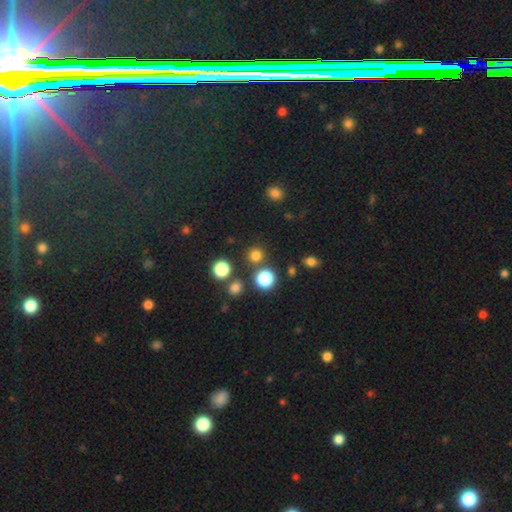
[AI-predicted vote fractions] A smooth galaxy with no disk features (74%) that is round (93%).

Vote fractions:
- Smooth or featured? smooth: 74% / star or artifact: 20% / featured or disk: 5%
- How rounded? round: 93% / in between: 6% / cigar-shaped: 1%
- Merging? none: 84% / minor disturbance: 7% / merger: 6% / major disturbance: 3%